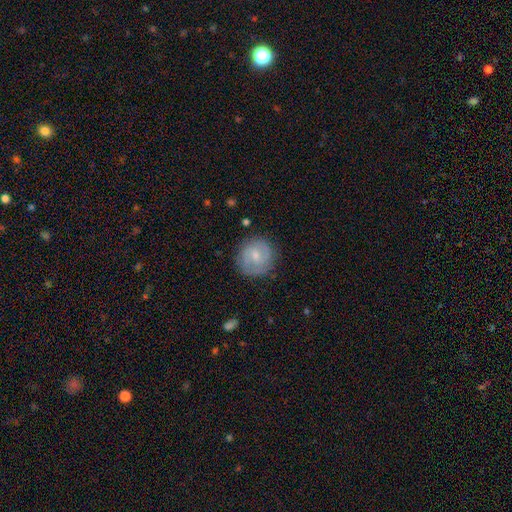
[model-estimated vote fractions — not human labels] Morphology: type=featured or disk (66%); edge-on=no (98%); bar=weak (49%); spiral arms=yes (90%); winding=tight (46%); arm count=2 (78%); bulge=small (57%); merging=none (82%).